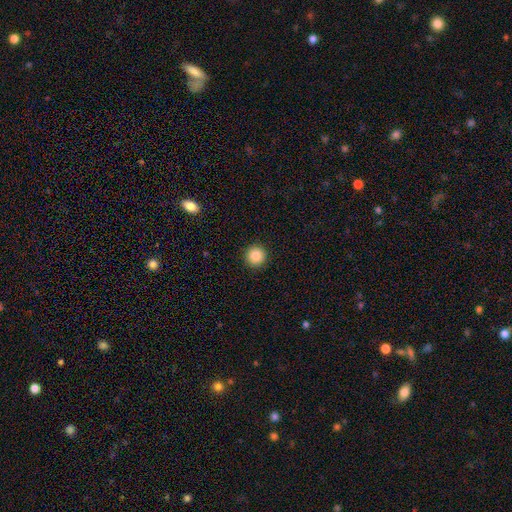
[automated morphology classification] Overall: smooth (86%). How rounded: round (95%). Merging: none (93%).